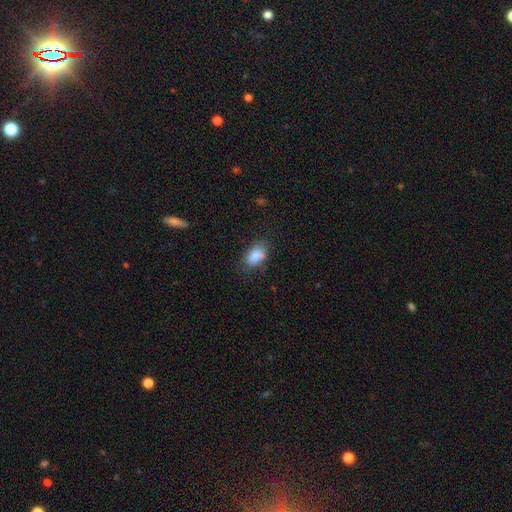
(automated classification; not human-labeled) Morphology: type=smooth (86%); roundness=in between (87%); merging=none (75%).